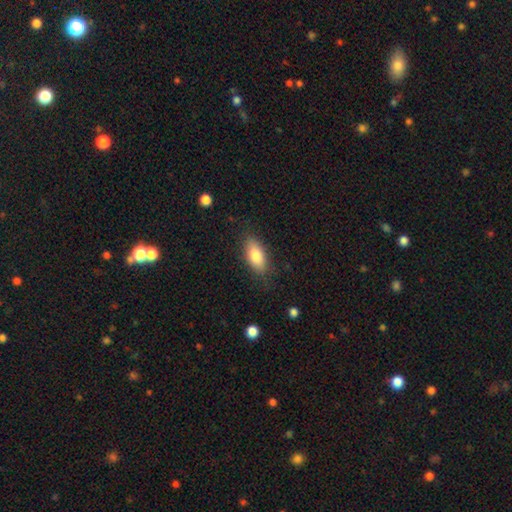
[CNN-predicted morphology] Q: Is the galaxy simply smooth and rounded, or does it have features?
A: smooth — 80%.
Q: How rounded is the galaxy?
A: in between — 85%.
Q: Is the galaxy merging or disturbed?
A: none — 82%.